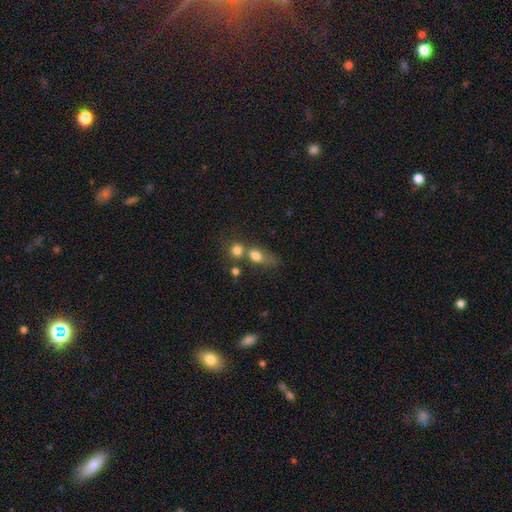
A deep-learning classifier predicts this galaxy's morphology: Smooth or featured: smooth — 75% (featured or disk — 13%)
How rounded: in between — 57% (round — 37%)
Merging: merger — 48% (none — 29%)